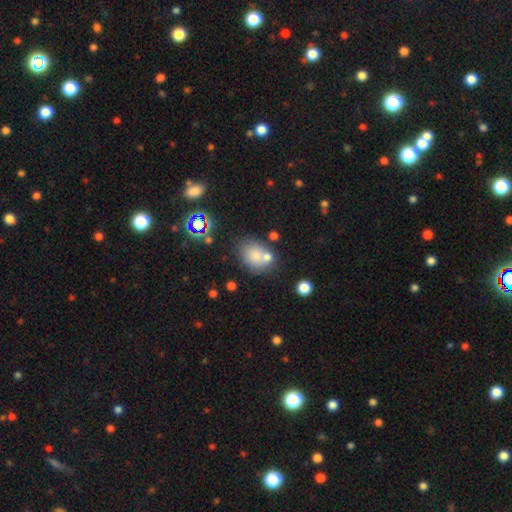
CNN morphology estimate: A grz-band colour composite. It shows a smooth galaxy with no disk features (74%) that is in between round and cigar-shaped (58%). Merging: none (54%).